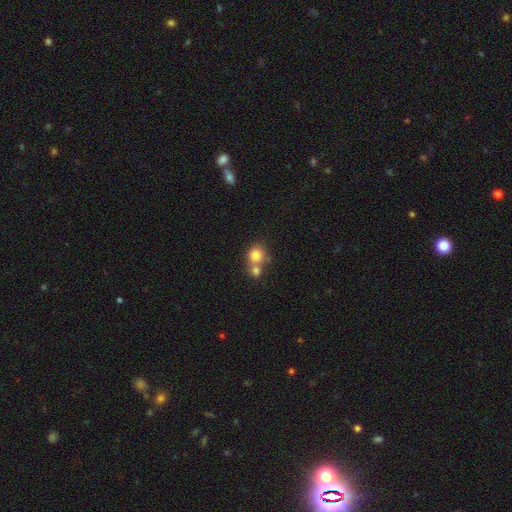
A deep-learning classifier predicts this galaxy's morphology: This appears to be a smooth galaxy with no disk features (80%) that is round (83%). Merging: merger (51%).